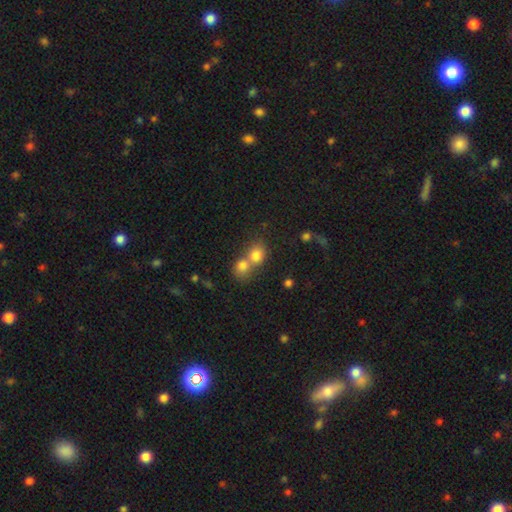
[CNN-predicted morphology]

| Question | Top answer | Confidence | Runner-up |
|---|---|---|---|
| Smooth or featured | smooth | 77% | star or artifact (12%) |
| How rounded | round | 69% | in between (30%) |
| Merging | merger | 66% | none (27%) |